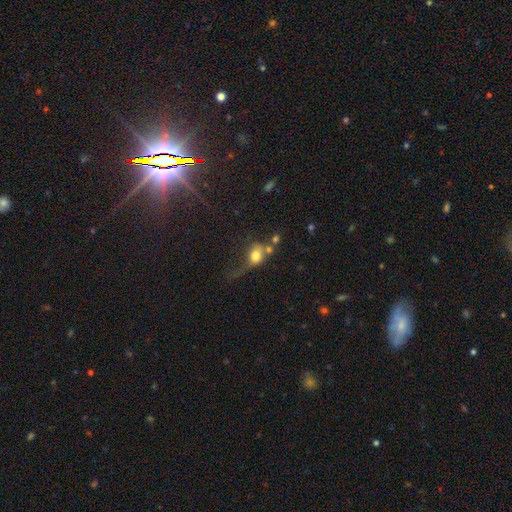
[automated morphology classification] This appears to be a smooth galaxy with no disk features (69%) that is round (52%). Merging: major disturbance (36%).